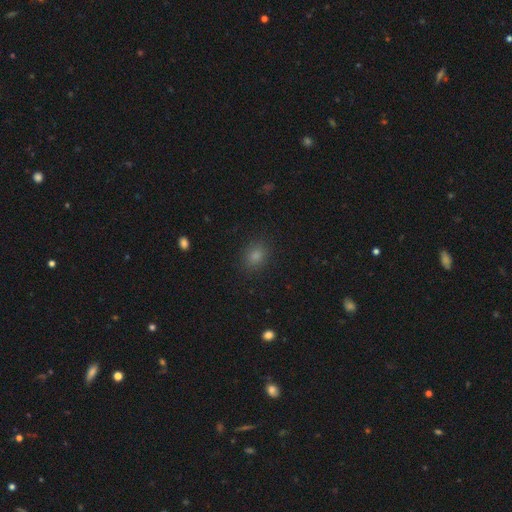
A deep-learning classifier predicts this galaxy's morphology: smooth_or_featured: smooth (p=0.81) [alt: star or artifact p=0.14]
how_rounded: in between (p=0.50) [alt: round p=0.48]
merging: none (p=0.86) [alt: minor disturbance p=0.10]